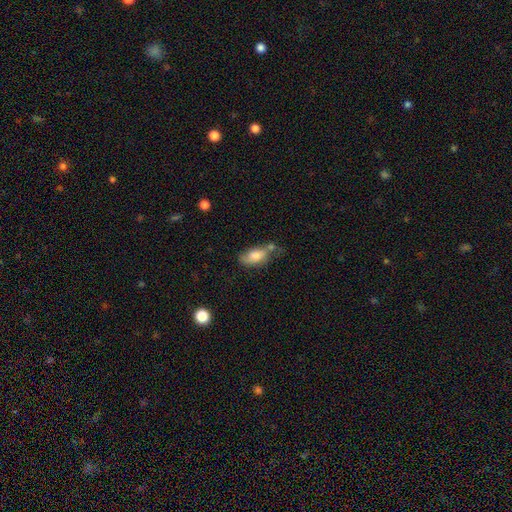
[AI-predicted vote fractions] This is likely a smooth galaxy (68%). How rounded: clearly in between (86%). Merging: marginally none (35%).